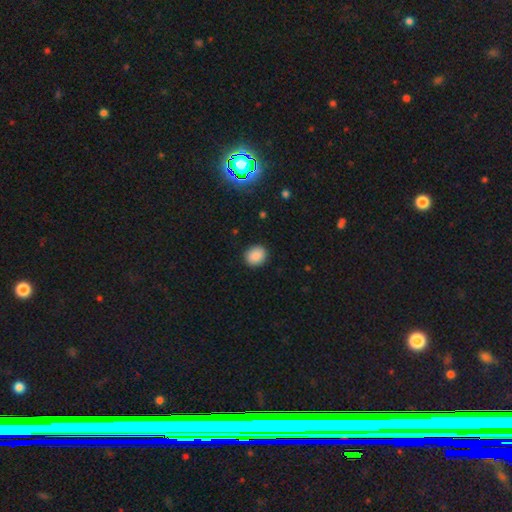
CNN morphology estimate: A smooth galaxy with no disk features (88%) that is round (70%). Merging: none (90%).